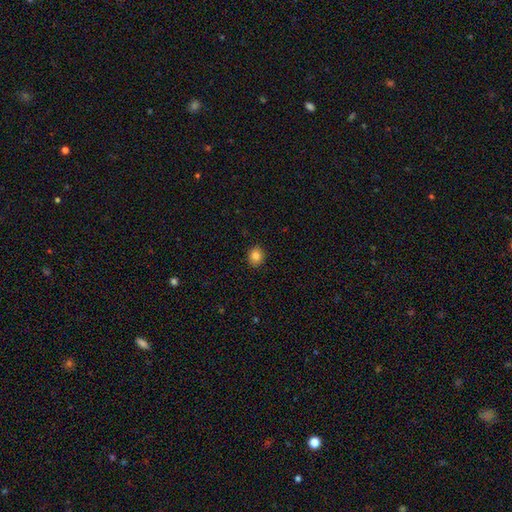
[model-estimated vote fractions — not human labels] Smooth or featured: smooth — 84% (star or artifact — 10%)
How rounded: round — 75% (in between — 25%)
Merging: none — 90% (minor disturbance — 7%)